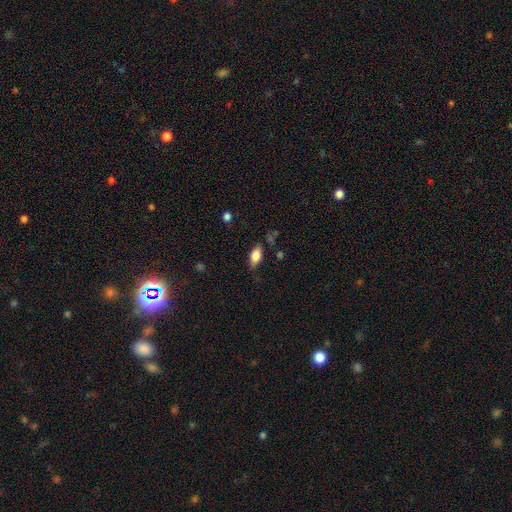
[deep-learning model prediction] Smooth or featured? Predicted: smooth (p=0.81). How rounded? Predicted: in between (p=0.89). Merging? Predicted: none (p=0.78).